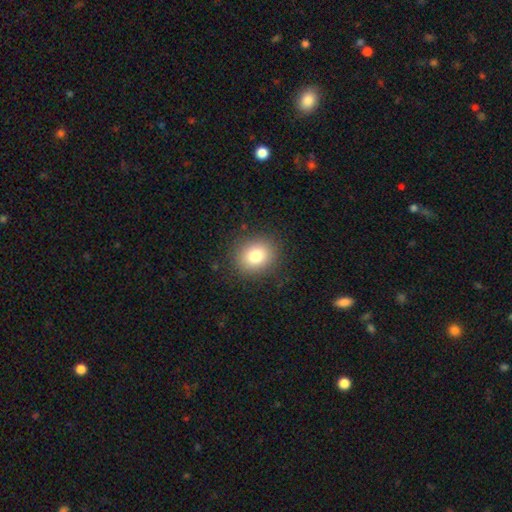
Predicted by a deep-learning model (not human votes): Morphology: type=smooth (80%); roundness=round (71%); merging=none (88%).